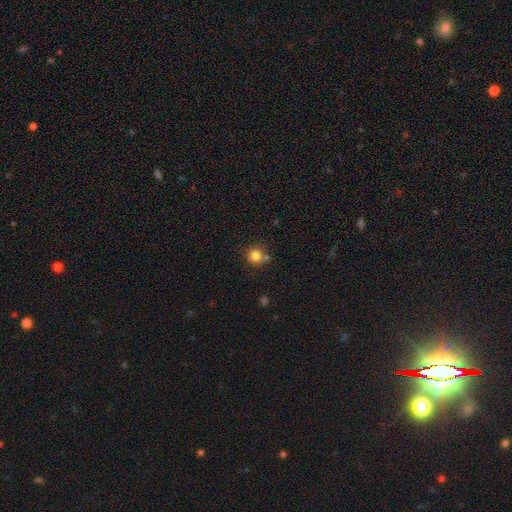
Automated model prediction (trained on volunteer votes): A smooth galaxy with no disk features (82%) that is round (90%).

Vote fractions:
- Smooth or featured? smooth: 82% / star or artifact: 12% / featured or disk: 6%
- How rounded? round: 90% / in between: 9% / cigar-shaped: 1%
- Merging? none: 68% / merger: 17% / minor disturbance: 11% / major disturbance: 4%